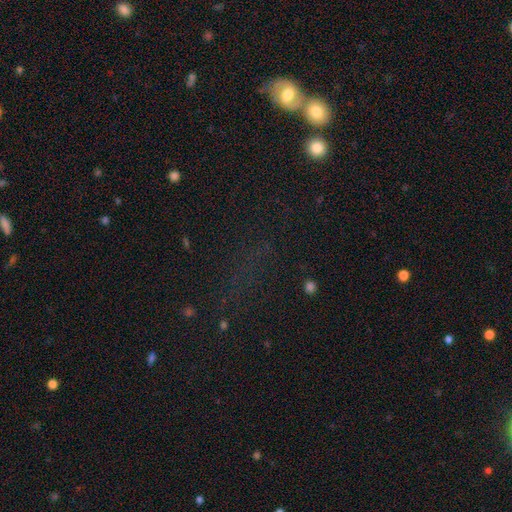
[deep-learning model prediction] Q: Smooth or featured?
A: star or artifact (48%); runner-up: smooth (36%)